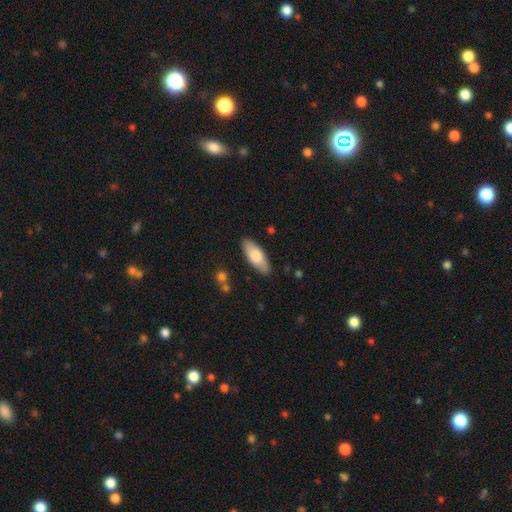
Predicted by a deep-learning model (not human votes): smooth_or_featured: smooth (p=0.74) [alt: featured or disk p=0.21]
how_rounded: in between (p=0.72) [alt: cigar-shaped p=0.26]
merging: none (p=0.87) [alt: minor disturbance p=0.09]